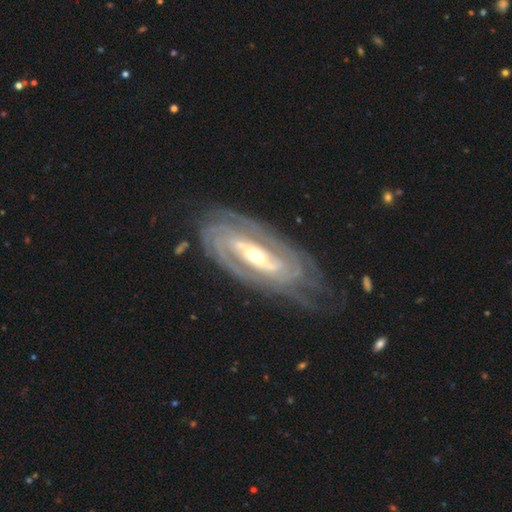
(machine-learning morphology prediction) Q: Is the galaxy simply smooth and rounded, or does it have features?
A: featured or disk — 90%.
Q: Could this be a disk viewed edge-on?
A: no — 91%.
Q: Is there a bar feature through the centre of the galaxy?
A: strong — 48%.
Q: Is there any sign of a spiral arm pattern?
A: yes — 96%.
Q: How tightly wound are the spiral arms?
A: tight — 74%.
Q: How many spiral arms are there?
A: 2 — 34%.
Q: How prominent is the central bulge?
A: moderate — 56%.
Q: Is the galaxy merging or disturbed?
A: none — 75%.